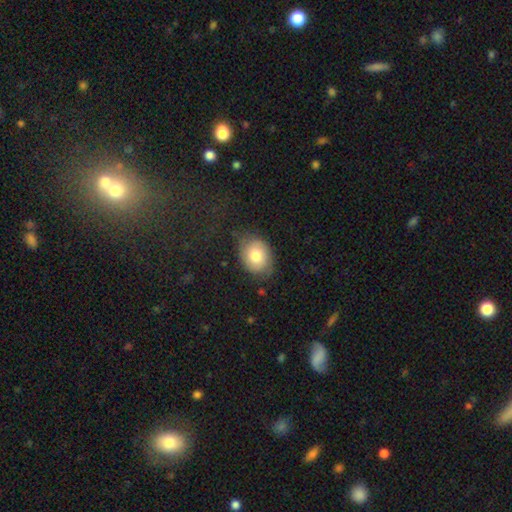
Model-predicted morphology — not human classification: Smooth or featured? smooth (73%)
How rounded? in between (57%)
Merging? none (67%)